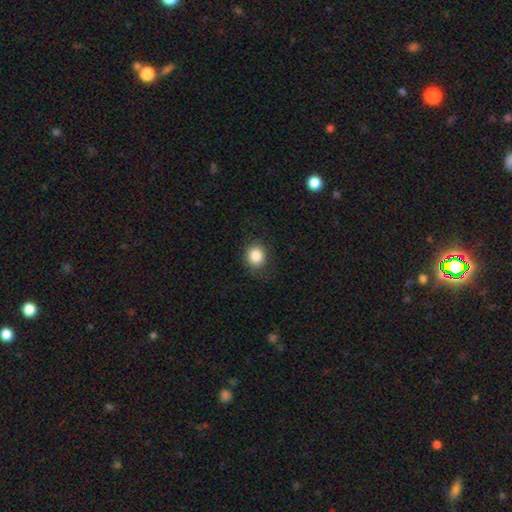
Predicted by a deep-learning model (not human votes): Smooth or featured: smooth — 86% (star or artifact — 10%)
How rounded: round — 77% (in between — 22%)
Merging: none — 82% (minor disturbance — 13%)